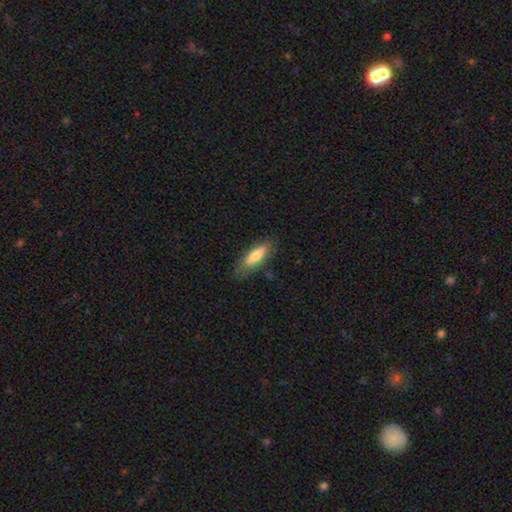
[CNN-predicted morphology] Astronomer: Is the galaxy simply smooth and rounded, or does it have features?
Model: smooth — 66%.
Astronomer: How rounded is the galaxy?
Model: in between — 57% (runner-up: cigar-shaped, 40%).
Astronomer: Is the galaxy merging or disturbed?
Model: none — 77%.